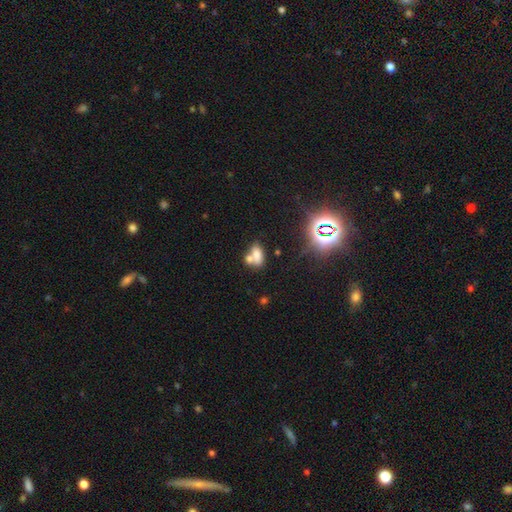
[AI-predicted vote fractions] Q: Smooth or featured?
A: smooth (68%); runner-up: featured or disk (17%)
Q: How rounded?
A: in between (83%); runner-up: round (11%)
Q: Merging?
A: merger (53%); runner-up: none (31%)